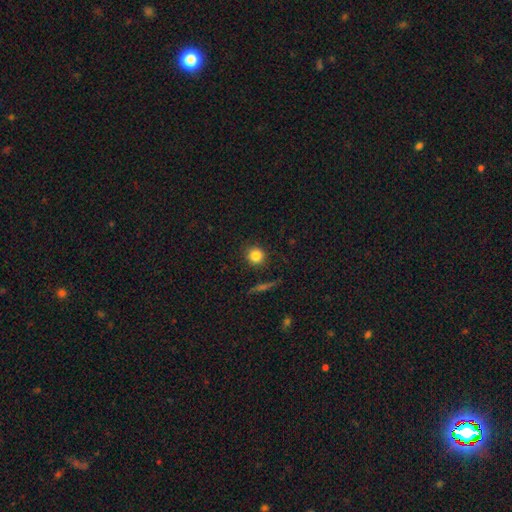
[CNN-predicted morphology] This is clearly a smooth galaxy (83%). How rounded: clearly round (92%). Merging: clearly none (88%).